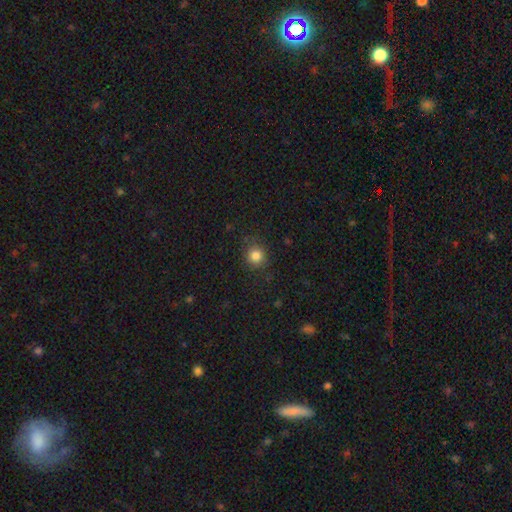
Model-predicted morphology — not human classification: smooth-or-featured: smooth: 83% | star or artifact: 12% | featured or disk: 5%
  how-rounded: round: 88% | in between: 11% | cigar-shaped: 1%
  merging: none: 84% | minor disturbance: 11% | major disturbance: 4% | merger: 1%